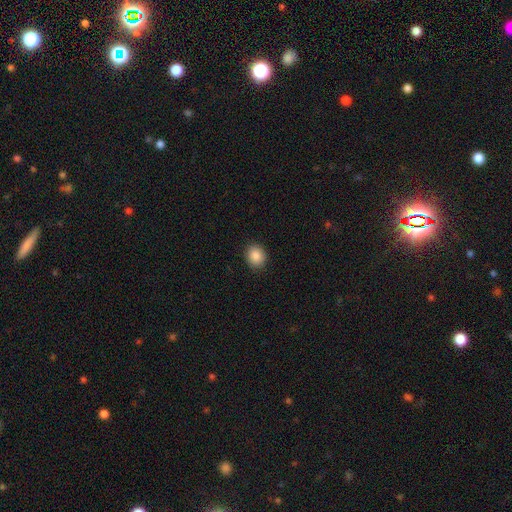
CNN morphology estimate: Smooth or featured? smooth (88%)
How rounded? round (68%)
Merging? none (90%)